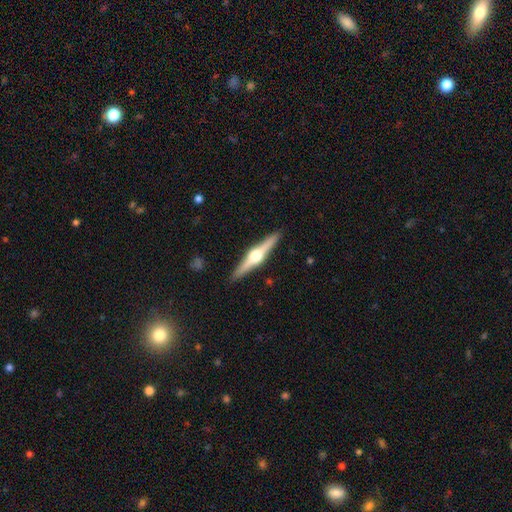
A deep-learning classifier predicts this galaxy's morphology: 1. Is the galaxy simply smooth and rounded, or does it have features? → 81% featured or disk, 15% smooth, 5% star or artifact.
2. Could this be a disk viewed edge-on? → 98% yes, 2% no.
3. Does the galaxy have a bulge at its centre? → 95% rounded, 3% boxy, 1% none.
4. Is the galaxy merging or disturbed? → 91% none, 6% minor disturbance, 1% major disturbance, 1% merger.